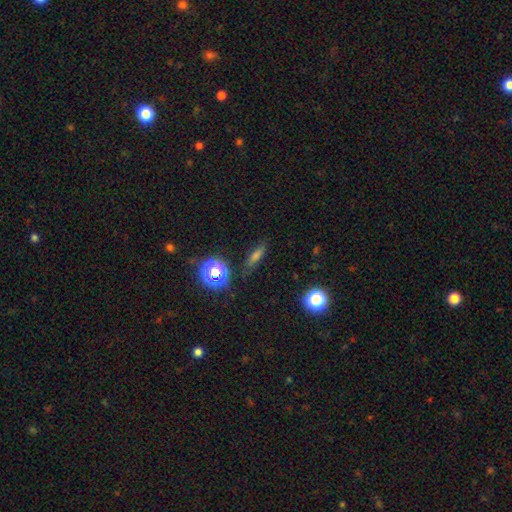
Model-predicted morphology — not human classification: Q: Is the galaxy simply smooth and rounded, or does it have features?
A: smooth — 61%.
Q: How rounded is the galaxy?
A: cigar-shaped — 57%.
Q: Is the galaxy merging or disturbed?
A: none — 83%.